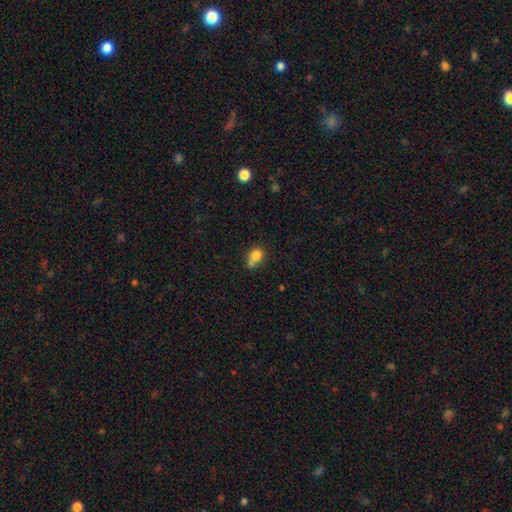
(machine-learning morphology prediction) Q: Smooth or featured?
A: smooth (79%); runner-up: star or artifact (11%)
Q: How rounded?
A: round (70%); runner-up: in between (29%)
Q: Merging?
A: none (41%); runner-up: merger (40%)